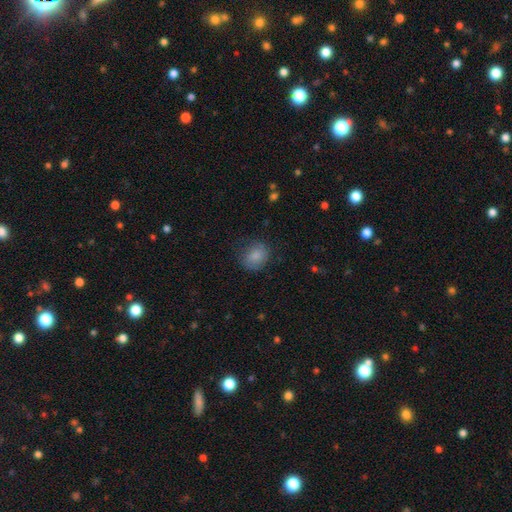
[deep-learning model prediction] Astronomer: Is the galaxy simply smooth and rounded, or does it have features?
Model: smooth — 84%.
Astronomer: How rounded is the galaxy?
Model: round — 60% (runner-up: in between, 39%).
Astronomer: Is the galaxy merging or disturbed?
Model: none — 71%.